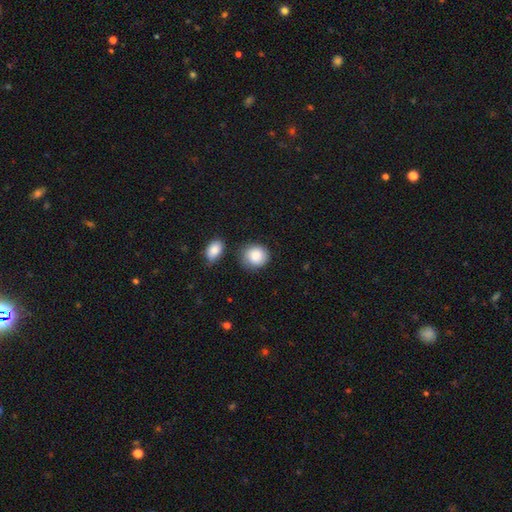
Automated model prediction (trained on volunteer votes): smooth 86%, featured or disk 7%, star or artifact 6%. Down the decision tree: how rounded — round (80%); merging — none (71%).